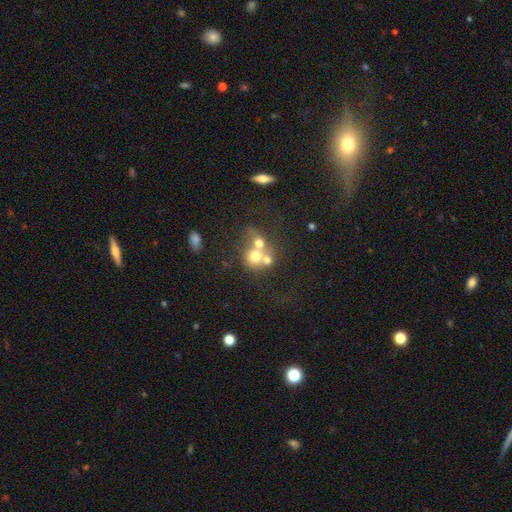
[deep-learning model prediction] smooth_or_featured: smooth (p=0.61) [alt: featured or disk p=0.25]
how_rounded: round (p=0.73) [alt: in between p=0.26]
merging: merger (p=0.62) [alt: none p=0.25]